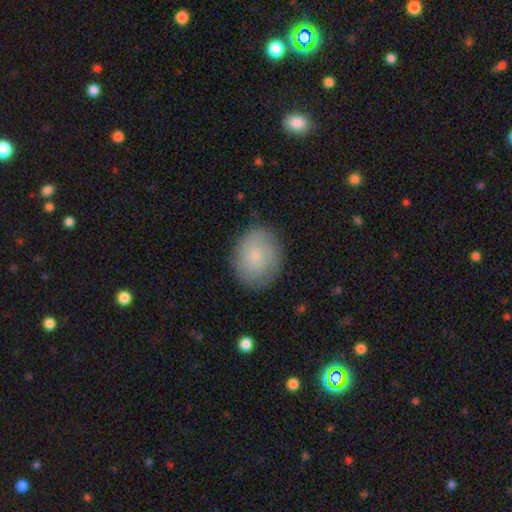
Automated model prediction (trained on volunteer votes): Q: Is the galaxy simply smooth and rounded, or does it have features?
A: smooth — 79%.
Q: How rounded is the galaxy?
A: in between — 50%.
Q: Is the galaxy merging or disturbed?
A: none — 82%.